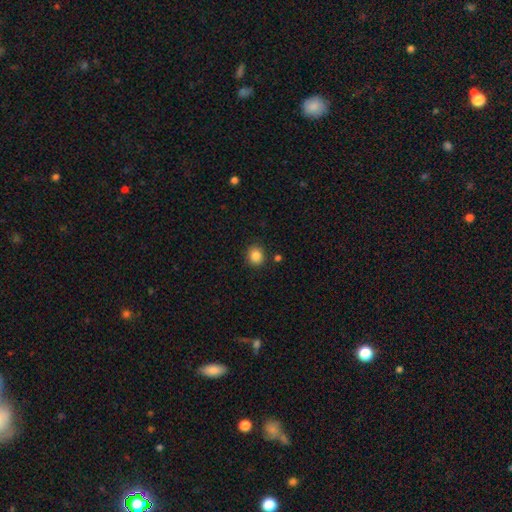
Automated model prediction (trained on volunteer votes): Smooth or featured: smooth — 85% (star or artifact — 10%)
How rounded: round — 82% (in between — 17%)
Merging: none — 88% (minor disturbance — 7%)